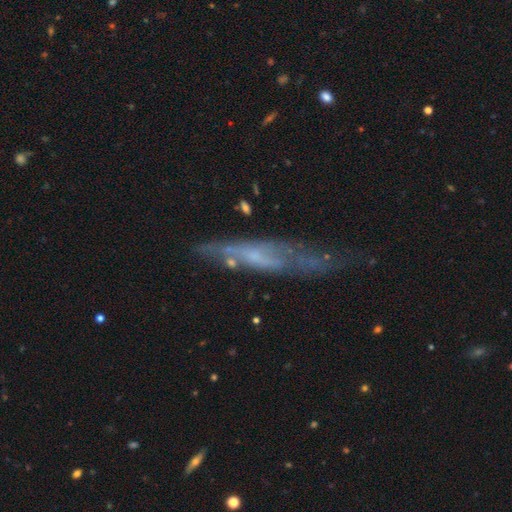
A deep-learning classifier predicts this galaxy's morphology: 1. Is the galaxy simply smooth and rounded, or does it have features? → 63% featured or disk, 27% smooth, 10% star or artifact.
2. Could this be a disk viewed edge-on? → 59% yes, 41% no.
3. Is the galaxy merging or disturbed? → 56% none, 26% minor disturbance, 14% major disturbance, 4% merger.